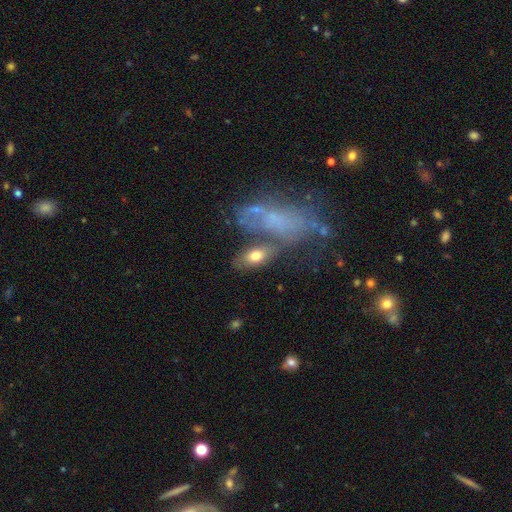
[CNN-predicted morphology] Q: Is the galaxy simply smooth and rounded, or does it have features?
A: smooth — 69%.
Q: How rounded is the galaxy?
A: in between — 87%.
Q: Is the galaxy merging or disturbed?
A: none — 54%.